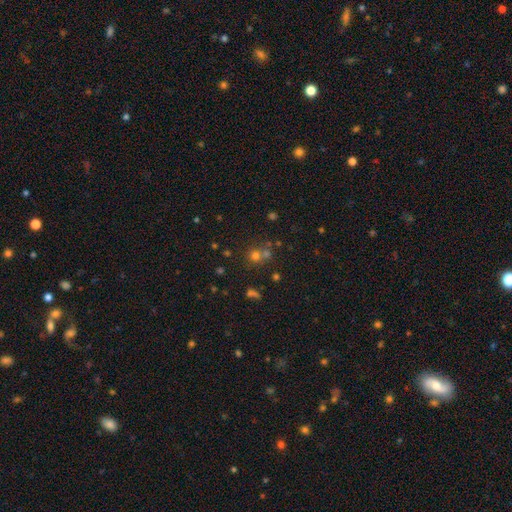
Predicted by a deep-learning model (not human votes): The model was most divided on "merging": none: 55%, merger: 33%, minor disturbance: 8%, major disturbance: 4%. More confident: how rounded — round (88%); smooth or featured — smooth (64%).